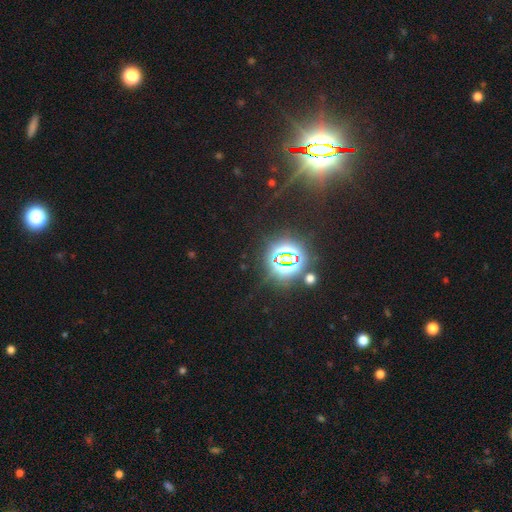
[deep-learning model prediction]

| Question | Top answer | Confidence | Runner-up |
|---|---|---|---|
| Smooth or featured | star or artifact | 84% | smooth (9%) |